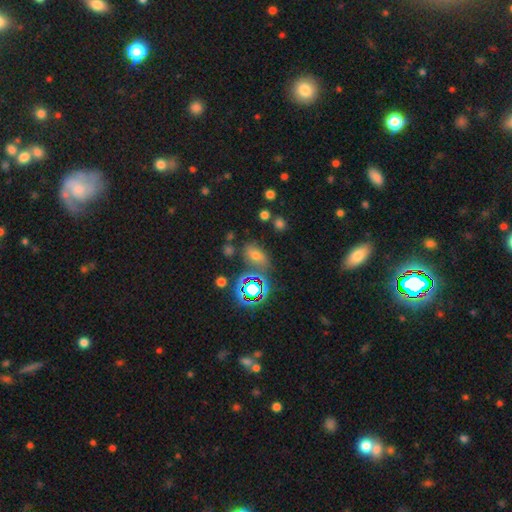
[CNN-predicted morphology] Smooth or featured? smooth (53%)
How rounded? in between (80%)
Merging? none (65%)